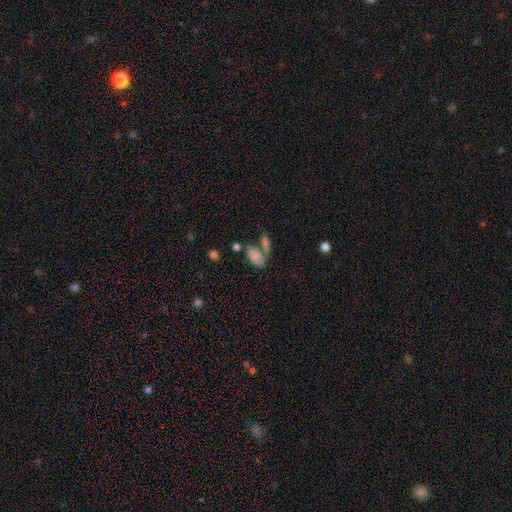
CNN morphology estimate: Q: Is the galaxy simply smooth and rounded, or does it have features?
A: smooth — 71%.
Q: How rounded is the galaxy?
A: in between — 90%.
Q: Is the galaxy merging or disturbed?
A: merger — 39%.